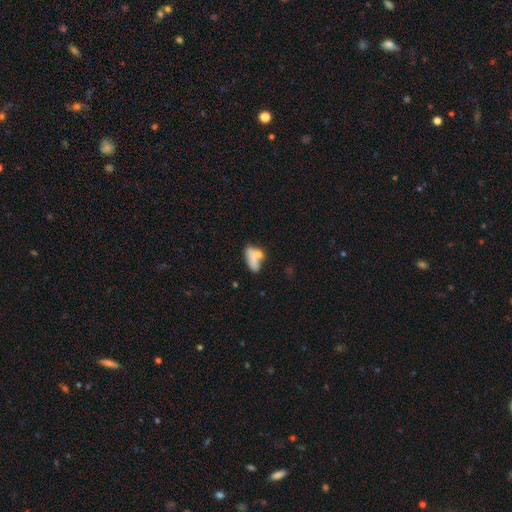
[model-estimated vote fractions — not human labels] Smooth or featured? Predicted: smooth (p=0.72). How rounded? Predicted: in between (p=0.79). Merging? Predicted: merger (p=0.38).